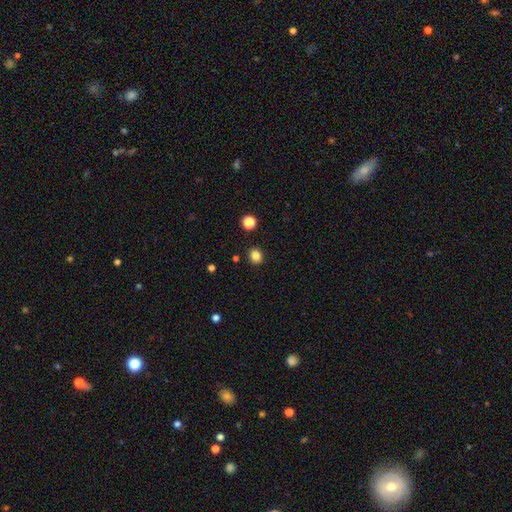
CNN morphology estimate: Q: Smooth or featured?
A: smooth (84%); runner-up: star or artifact (12%)
Q: How rounded?
A: round (71%); runner-up: in between (28%)
Q: Merging?
A: none (89%); runner-up: minor disturbance (7%)